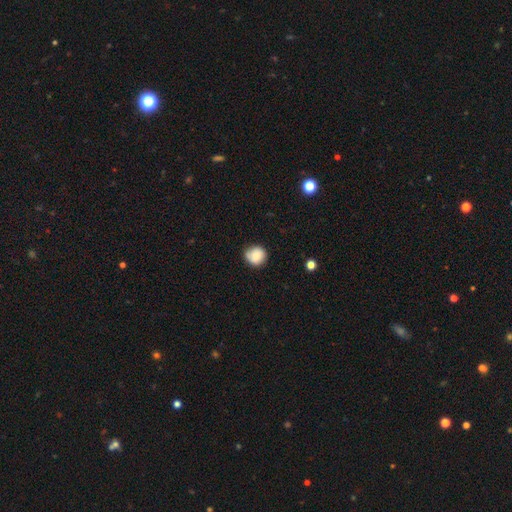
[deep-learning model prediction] The model was most divided on "merging": none: 77%, minor disturbance: 18%, major disturbance: 3%, merger: 2%. More confident: how rounded — round (89%); smooth or featured — smooth (83%).